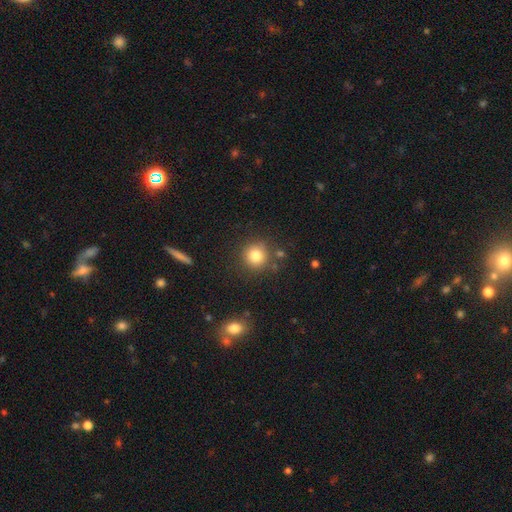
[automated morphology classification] smooth-or-featured: smooth: 82% | star or artifact: 11% | featured or disk: 7%
  how-rounded: round: 93% | in between: 6% | cigar-shaped: 1%
  merging: none: 83% | minor disturbance: 9% | merger: 5% | major disturbance: 3%